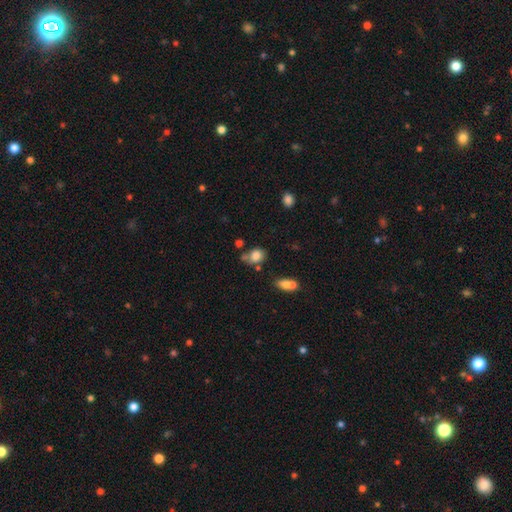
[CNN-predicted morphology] Q: Smooth or featured?
A: smooth (80%); runner-up: star or artifact (10%)
Q: How rounded?
A: round (52%); runner-up: in between (46%)
Q: Merging?
A: none (47%); runner-up: minor disturbance (24%)